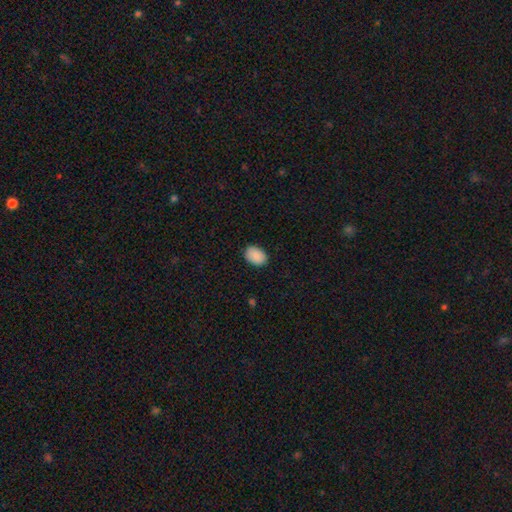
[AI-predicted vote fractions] A smooth galaxy with no disk features (90%) that is in between round and cigar-shaped (79%).

Vote fractions:
- Smooth or featured? smooth: 90% / star or artifact: 7% / featured or disk: 3%
- How rounded? in between: 79% / round: 20% / cigar-shaped: 1%
- Merging? none: 88% / minor disturbance: 9% / major disturbance: 2% / merger: 1%